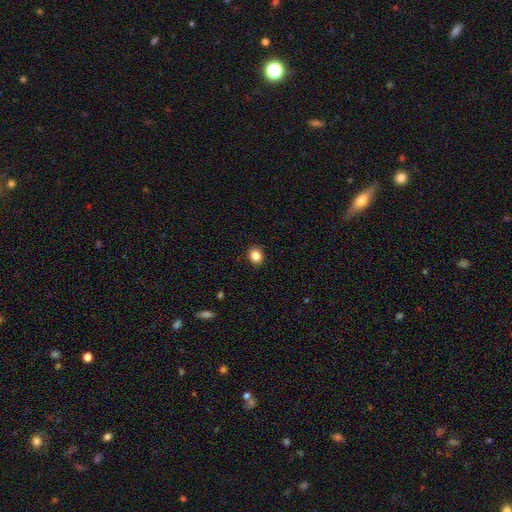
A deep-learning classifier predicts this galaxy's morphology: Smooth or featured?
  - smooth: 86% *
  - star or artifact: 10%
  - featured or disk: 4%
How rounded?
  - round: 70% *
  - in between: 29%
  - cigar-shaped: 1%
Merging?
  - none: 91% *
  - minor disturbance: 6%
  - major disturbance: 2%
  - merger: 1%